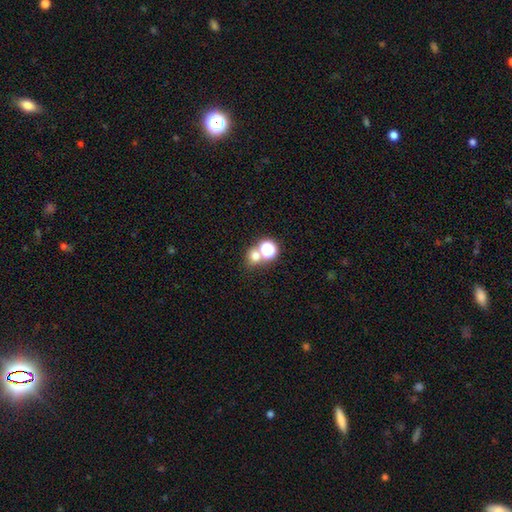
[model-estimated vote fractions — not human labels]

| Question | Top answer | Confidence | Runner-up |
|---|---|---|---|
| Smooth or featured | smooth | 66% | star or artifact (26%) |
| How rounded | round | 80% | in between (19%) |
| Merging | none | 57% | merger (33%) |